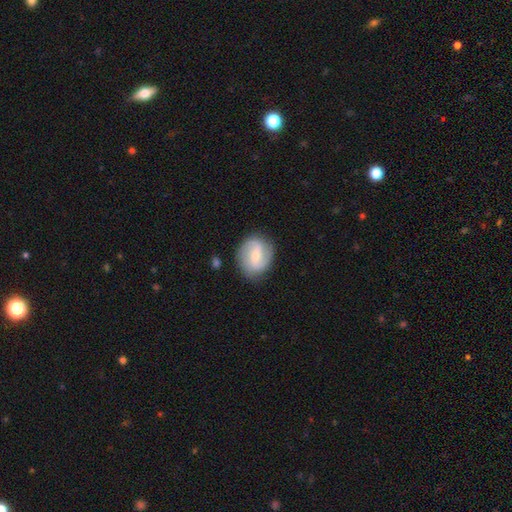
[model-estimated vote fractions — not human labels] Smooth or featured? Predicted: featured or disk (p=0.69). Edge-on disk? Predicted: no (p=0.97). Bar? Predicted: weak (p=0.53). Spiral arms? Predicted: yes (p=0.91). Spiral winding? Predicted: medium (p=0.44). Spiral arm count? Predicted: 2 (p=0.83). Bulge size? Predicted: small (p=0.53). Merging? Predicted: none (p=0.79).